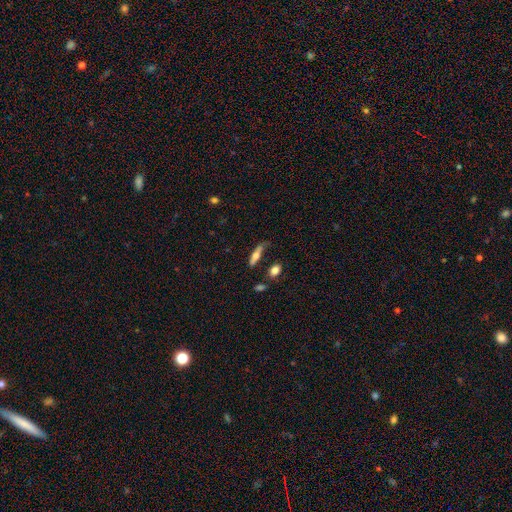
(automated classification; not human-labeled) smooth-or-featured: smooth: 59% | featured or disk: 32% | star or artifact: 8%
  how-rounded: cigar-shaped: 61% | in between: 36% | round: 3%
  merging: none: 51% | minor disturbance: 27% | major disturbance: 14% | merger: 8%